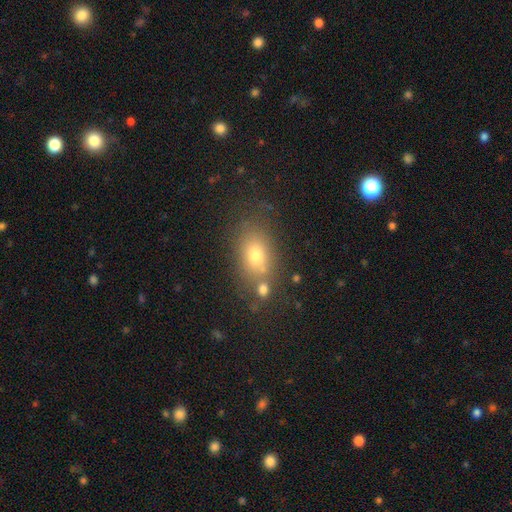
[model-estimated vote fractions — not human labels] Morphology: type=smooth (72%); roundness=in between (78%); merging=none (63%).